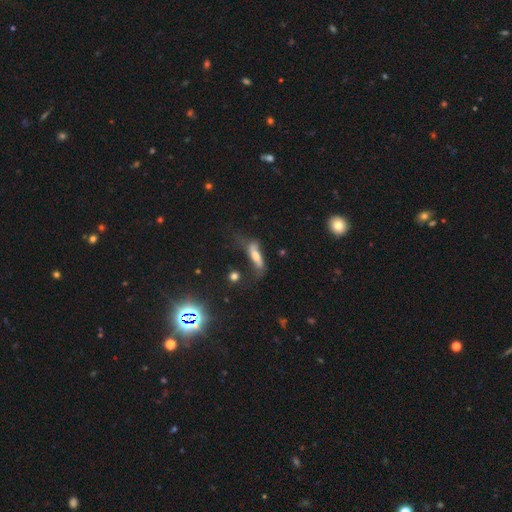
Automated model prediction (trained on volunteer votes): Smooth or featured? smooth (48%)
Merging? none (35%)